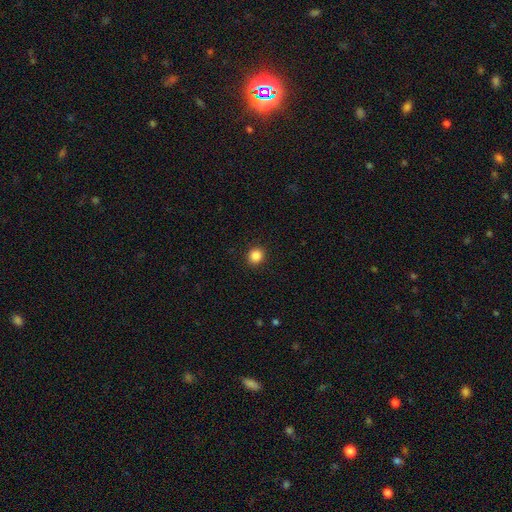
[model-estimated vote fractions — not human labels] A smooth galaxy with no disk features (86%) that is round (85%). Merging: none (92%).